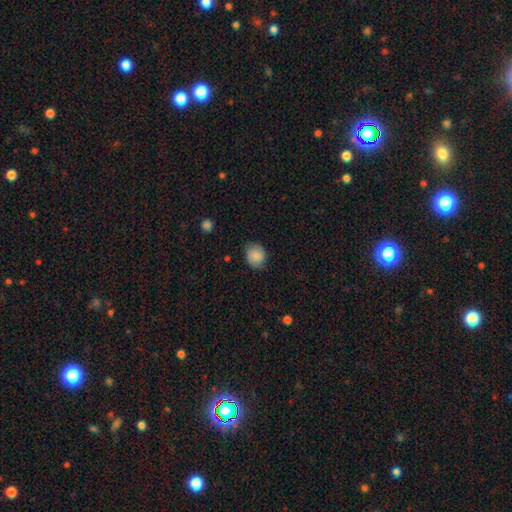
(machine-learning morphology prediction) Smooth or featured: smooth — 83% (featured or disk — 9%)
How rounded: round — 71% (in between — 28%)
Merging: none — 78% (minor disturbance — 17%)